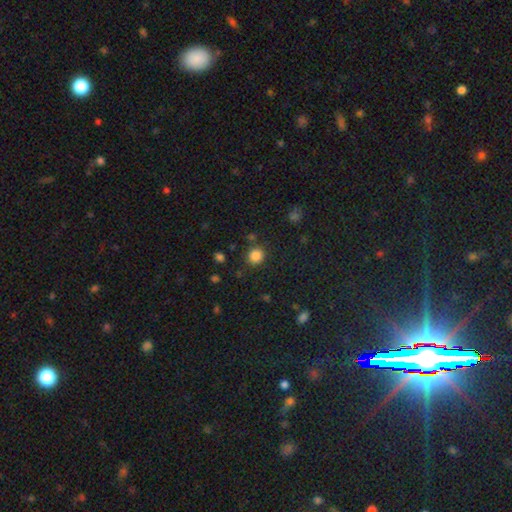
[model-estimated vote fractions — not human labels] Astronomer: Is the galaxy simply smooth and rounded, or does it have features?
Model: smooth — 84%.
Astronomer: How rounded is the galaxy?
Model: round — 89%.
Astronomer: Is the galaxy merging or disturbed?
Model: none — 85%.